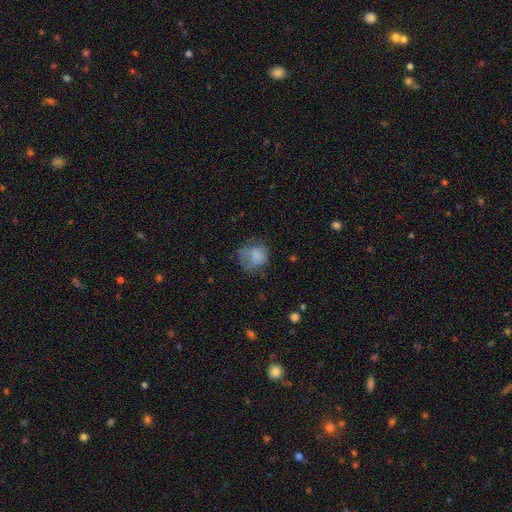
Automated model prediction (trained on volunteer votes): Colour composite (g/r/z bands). It shows a smooth galaxy with no disk features (70%) that is round (66%). Merging: none (42%).